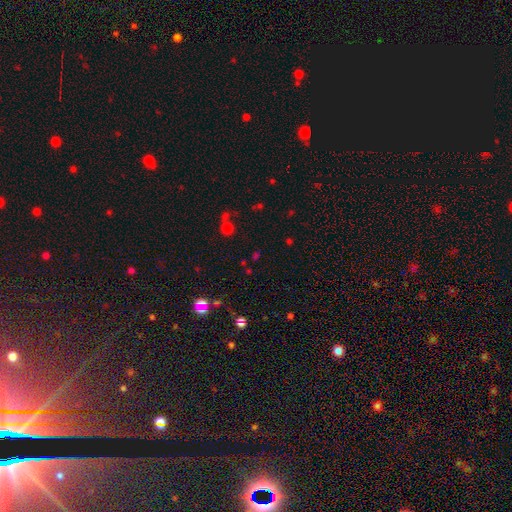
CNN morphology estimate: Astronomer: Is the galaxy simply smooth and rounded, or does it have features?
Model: star or artifact — 52% (runner-up: smooth, 40%).